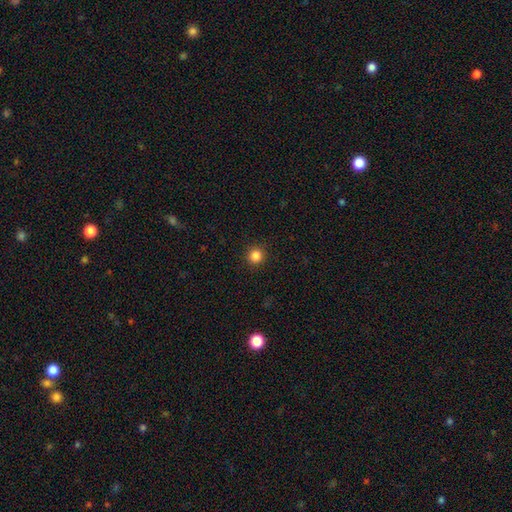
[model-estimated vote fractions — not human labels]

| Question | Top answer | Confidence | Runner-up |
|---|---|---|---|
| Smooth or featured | smooth | 84% | star or artifact (12%) |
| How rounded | round | 94% | in between (5%) |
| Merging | none | 92% | minor disturbance (5%) |